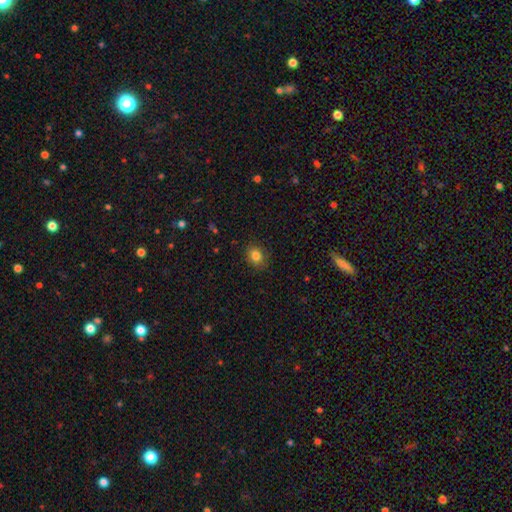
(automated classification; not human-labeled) Smooth or featured: smooth — 83% (star or artifact — 11%)
How rounded: round — 64% (in between — 35%)
Merging: none — 85% (minor disturbance — 11%)